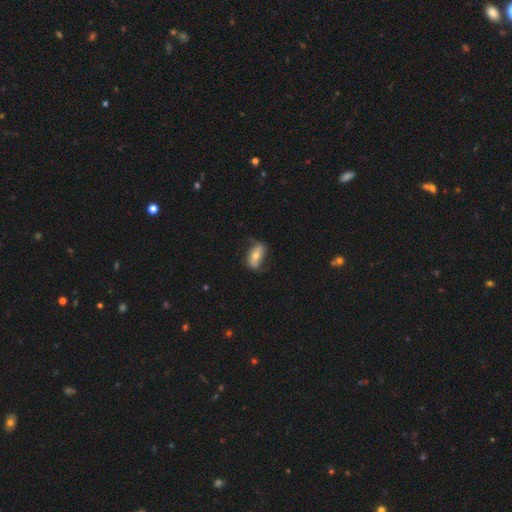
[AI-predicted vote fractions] Smooth or featured? Predicted: featured or disk (p=0.51). Edge-on disk? Predicted: no (p=0.88). Merging? Predicted: none (p=0.63).